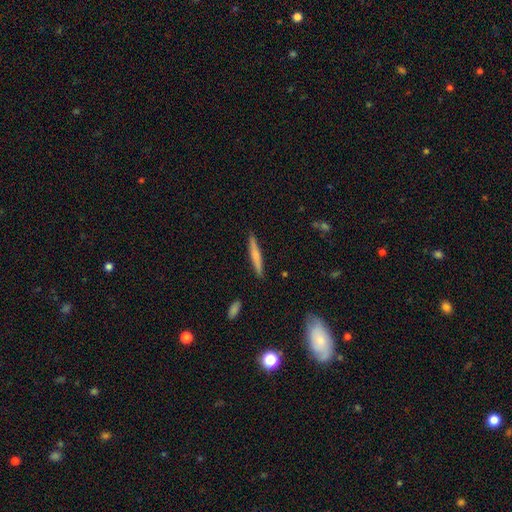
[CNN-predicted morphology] smooth-or-featured: smooth: 60% | featured or disk: 34% | star or artifact: 6%
  how-rounded: cigar-shaped: 95% | in between: 4% | round: 1%
  merging: none: 89% | minor disturbance: 8% | major disturbance: 2% | merger: 1%